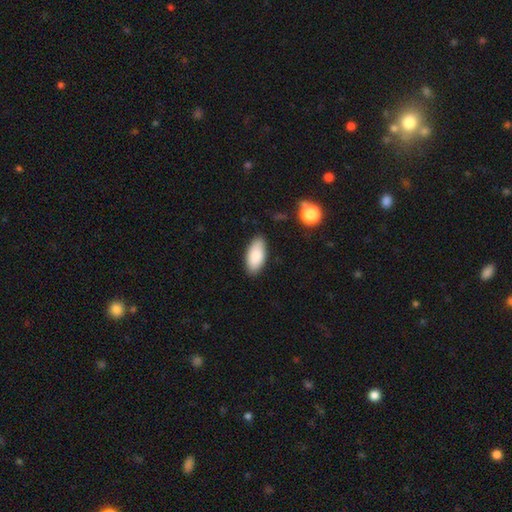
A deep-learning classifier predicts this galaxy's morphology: The model was most divided on "merging": none: 85%, minor disturbance: 11%, major disturbance: 2%, merger: 1%. More confident: how rounded — in between (92%); smooth or featured — smooth (88%).